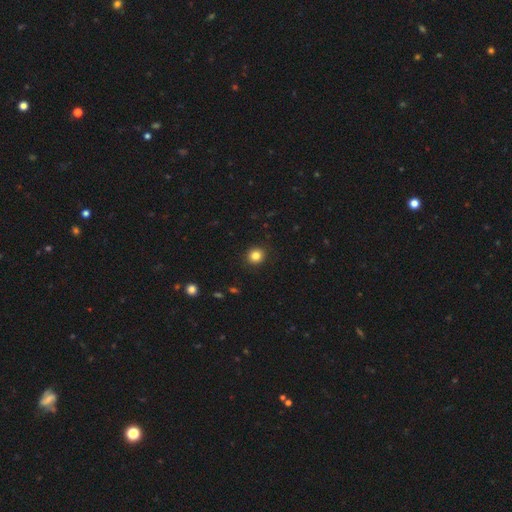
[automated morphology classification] smooth 84%, star or artifact 12%, featured or disk 5%. Down the decision tree: how rounded — round (91%); merging — none (92%).